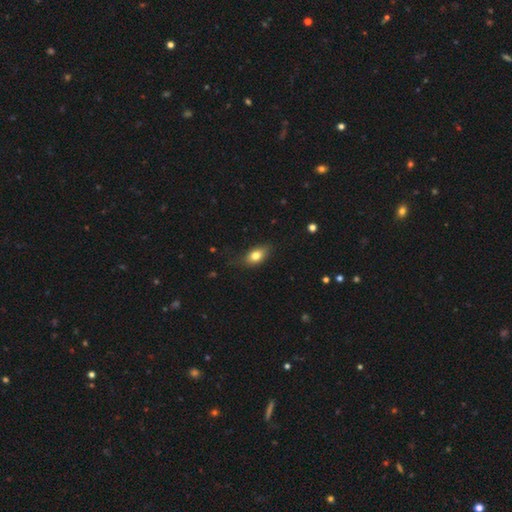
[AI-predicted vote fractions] smooth-or-featured: smooth: 79% | featured or disk: 13% | star or artifact: 9%
  how-rounded: in between: 83% | round: 12% | cigar-shaped: 4%
  merging: none: 72% | minor disturbance: 22% | major disturbance: 5% | merger: 1%